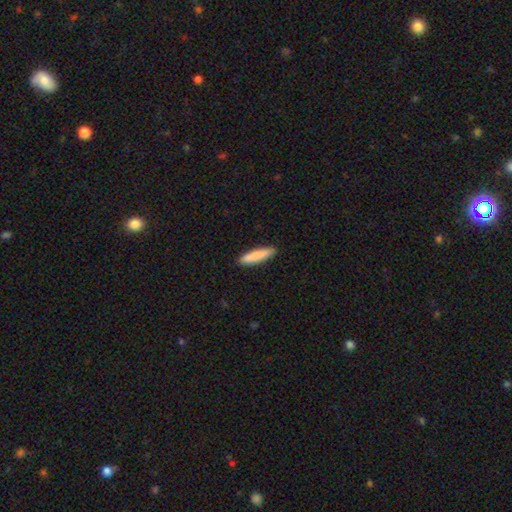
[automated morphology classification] A smooth galaxy with no disk features (85%) that is cigar-shaped (84%).

Vote fractions:
- Smooth or featured? smooth: 85% / featured or disk: 10% / star or artifact: 5%
- How rounded? cigar-shaped: 84% / in between: 15% / round: 1%
- Merging? none: 89% / minor disturbance: 8% / major disturbance: 1% / merger: 1%